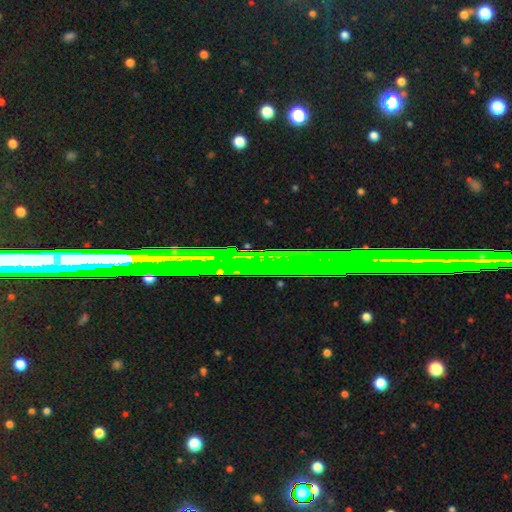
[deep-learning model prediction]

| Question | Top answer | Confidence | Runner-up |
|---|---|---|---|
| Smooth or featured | star or artifact | 66% | featured or disk (21%) |